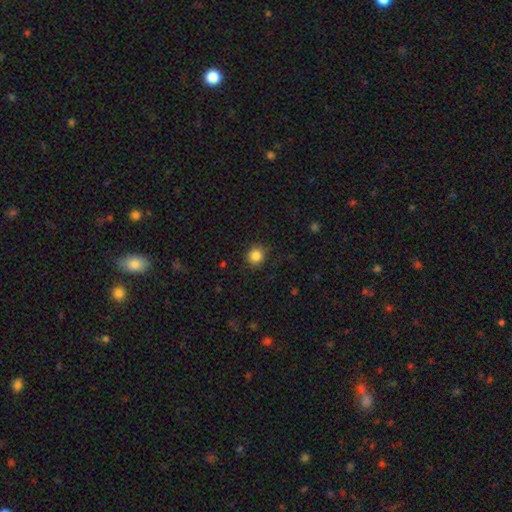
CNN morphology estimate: This appears to be a smooth galaxy with no disk features (86%) that is round (89%). Merging: none (86%).